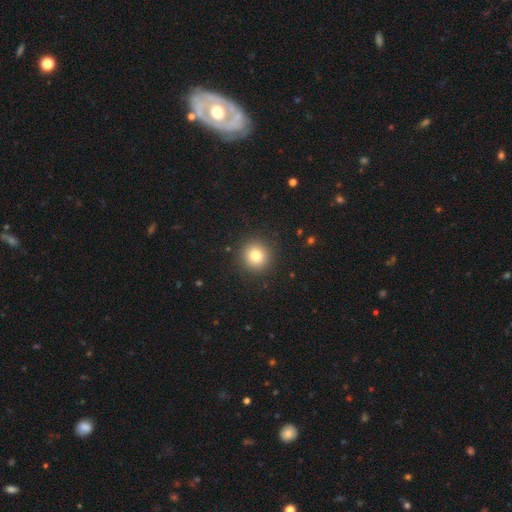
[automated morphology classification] Q: Smooth or featured?
A: smooth (80%); runner-up: star or artifact (12%)
Q: How rounded?
A: round (94%); runner-up: in between (5%)
Q: Merging?
A: none (92%); runner-up: minor disturbance (5%)